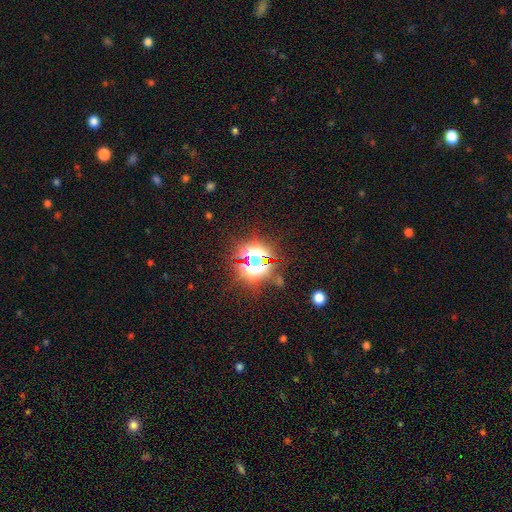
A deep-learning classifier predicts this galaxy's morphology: star or artifact 73%, smooth 17%, featured or disk 10%.